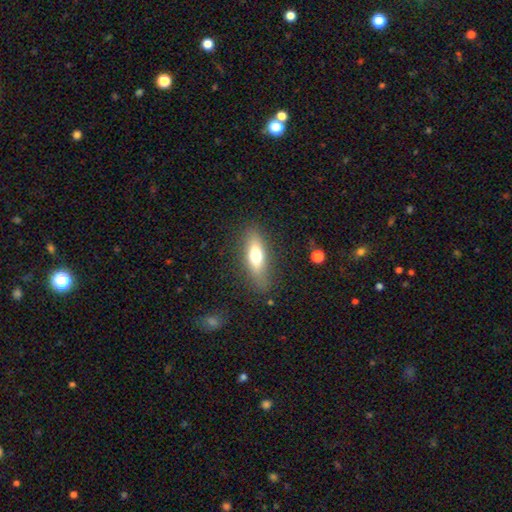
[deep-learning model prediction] smooth 62%, featured or disk 30%, star or artifact 8%. Down the decision tree: how rounded — in between (51%); merging — none (82%).